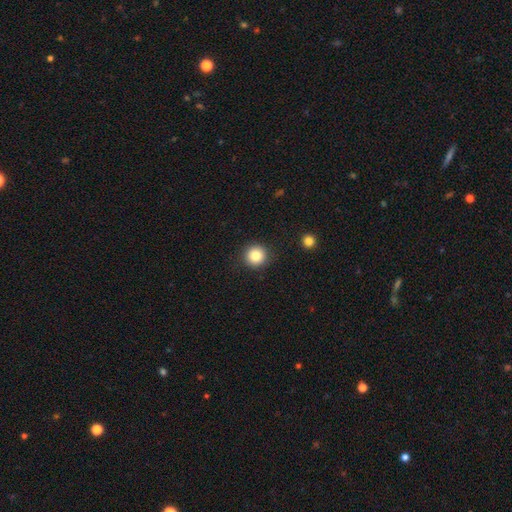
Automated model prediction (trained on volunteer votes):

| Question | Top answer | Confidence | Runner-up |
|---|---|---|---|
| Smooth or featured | smooth | 83% | star or artifact (10%) |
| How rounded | round | 95% | in between (4%) |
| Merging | none | 91% | minor disturbance (6%) |